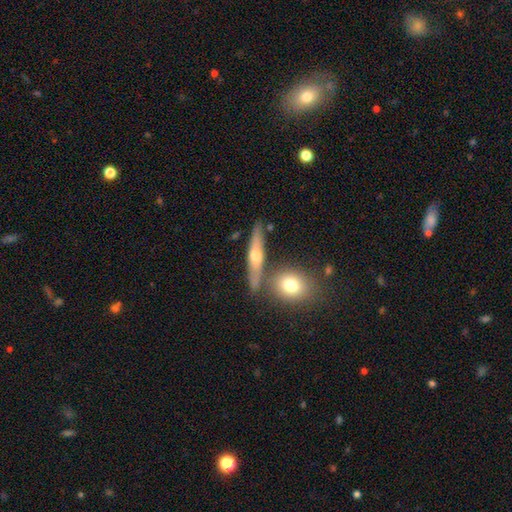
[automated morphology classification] This is possibly a featured or disk galaxy (52%). It is clearly viewed edge-on (85%). Merging: likely none (75%).